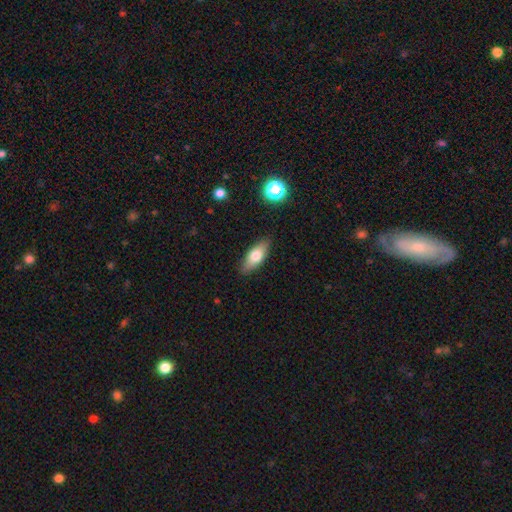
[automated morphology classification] The model was most divided on "smooth or featured": smooth: 72%, featured or disk: 21%, star or artifact: 7%. More confident: merging — none (87%); how rounded — in between (75%).